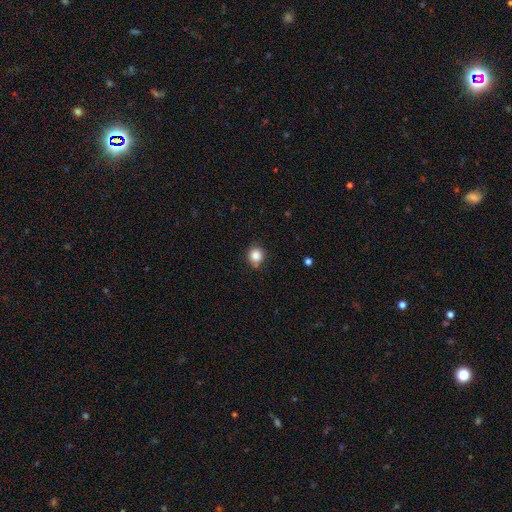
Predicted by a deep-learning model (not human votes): smooth-or-featured: smooth: 85% | star or artifact: 11% | featured or disk: 4%
  how-rounded: round: 90% | in between: 9% | cigar-shaped: 1%
  merging: none: 80% | minor disturbance: 13% | merger: 4% | major disturbance: 3%